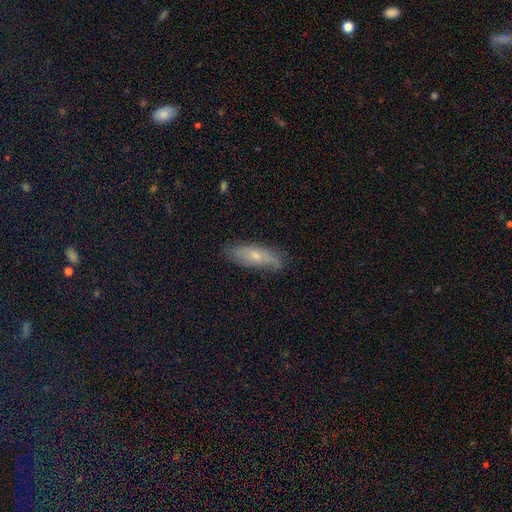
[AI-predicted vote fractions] smooth_or_featured: smooth (p=0.54) [alt: featured or disk p=0.38]
how_rounded: in between (p=0.51) [alt: cigar-shaped p=0.46]
merging: none (p=0.69) [alt: minor disturbance p=0.24]